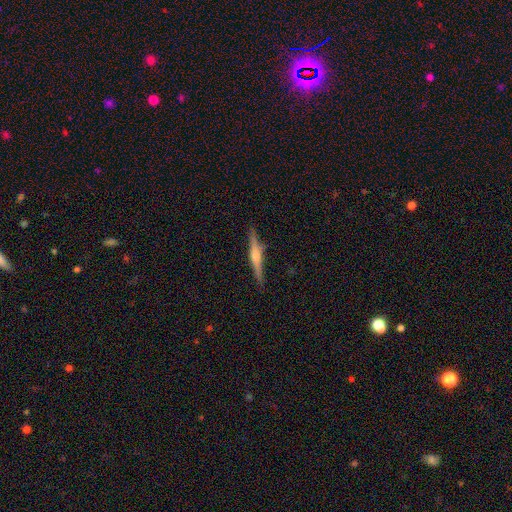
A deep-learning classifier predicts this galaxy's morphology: Overall: featured or disk (68%). Edge-on disk: yes (98%). Edge-on bulge: rounded (77%). Merging: none (88%).